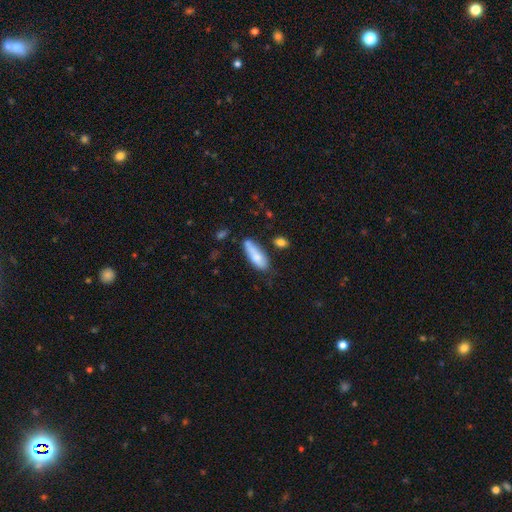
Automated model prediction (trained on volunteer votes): smooth-or-featured: smooth: 79% | featured or disk: 15% | star or artifact: 6%
  how-rounded: in between: 62% | cigar-shaped: 36% | round: 2%
  merging: none: 54% | minor disturbance: 28% | merger: 11% | major disturbance: 7%